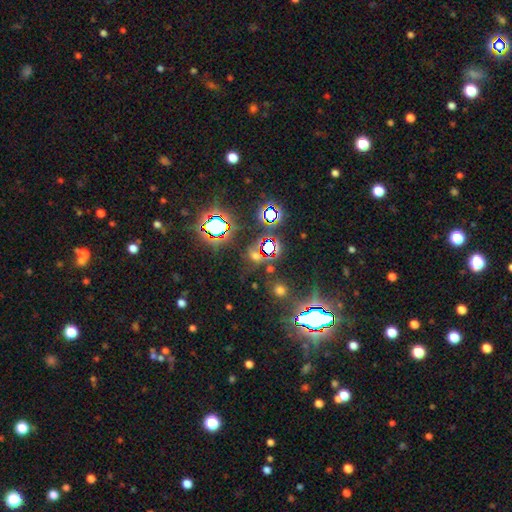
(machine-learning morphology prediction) Smooth or featured? star or artifact (65%)